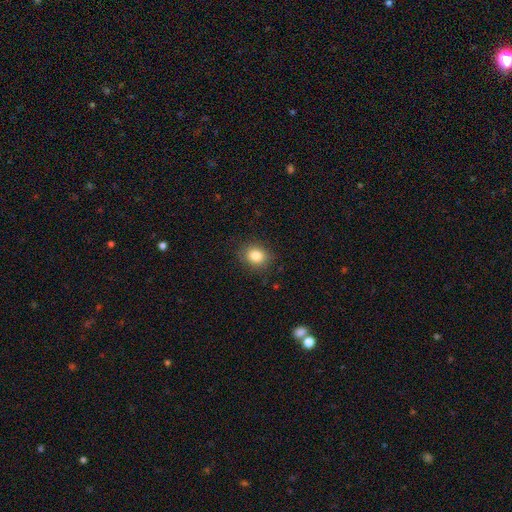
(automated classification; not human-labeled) smooth-or-featured: smooth: 83% | star or artifact: 11% | featured or disk: 6%
  how-rounded: round: 58% | in between: 41% | cigar-shaped: 1%
  merging: none: 87% | minor disturbance: 9% | major disturbance: 3% | merger: 1%